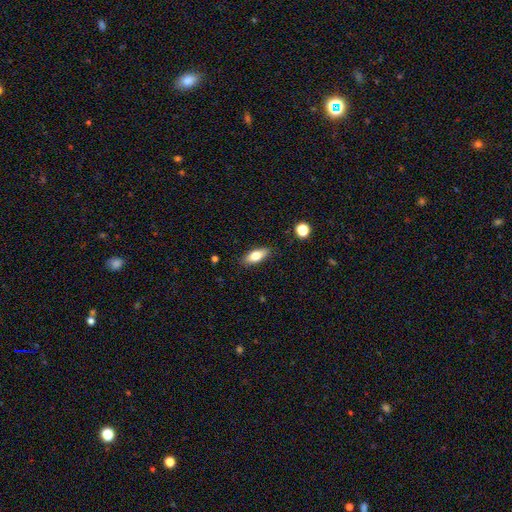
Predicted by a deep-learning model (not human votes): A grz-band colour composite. It shows a smooth galaxy with no disk features (75%) that is in between round and cigar-shaped (77%). Merging: none (86%).